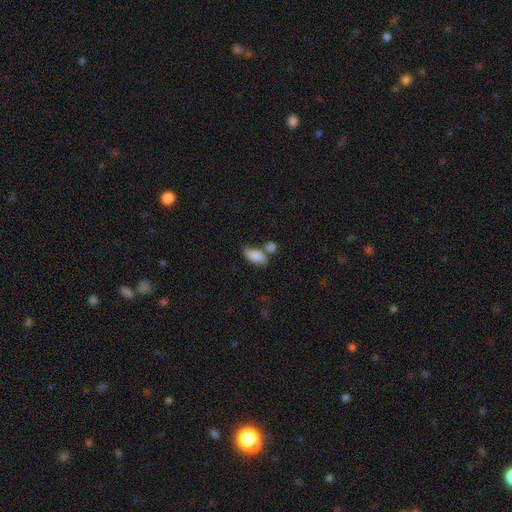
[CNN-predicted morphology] smooth_or_featured: smooth (p=0.78) [alt: featured or disk p=0.14]
how_rounded: in between (p=0.88) [alt: cigar-shaped p=0.06]
merging: none (p=0.44) [alt: merger p=0.28]